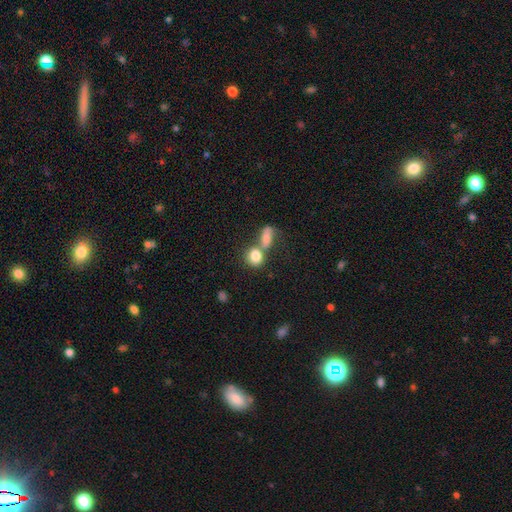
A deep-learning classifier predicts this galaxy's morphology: smooth-or-featured: smooth: 81% | featured or disk: 11% | star or artifact: 9%
  how-rounded: round: 65% | in between: 33% | cigar-shaped: 2%
  merging: merger: 51% | none: 35% | minor disturbance: 9% | major disturbance: 5%